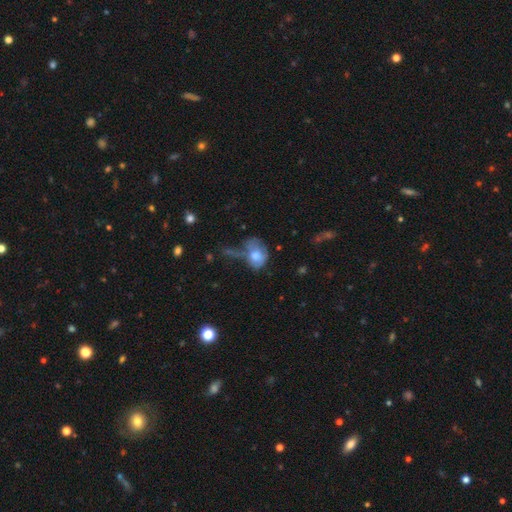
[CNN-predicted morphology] smooth_or_featured: smooth (p=0.63) [alt: featured or disk p=0.28]
how_rounded: in between (p=0.66) [alt: round p=0.32]
merging: major disturbance (p=0.36) [alt: none p=0.24]